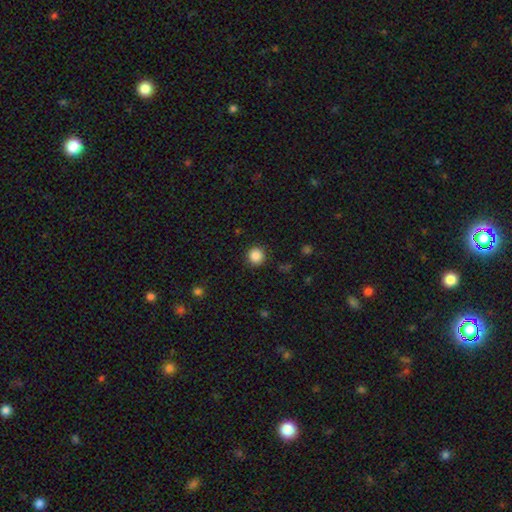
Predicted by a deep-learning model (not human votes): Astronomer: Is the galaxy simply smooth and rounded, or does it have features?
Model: smooth — 86%.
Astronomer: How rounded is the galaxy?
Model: round — 94%.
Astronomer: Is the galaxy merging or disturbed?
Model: none — 91%.